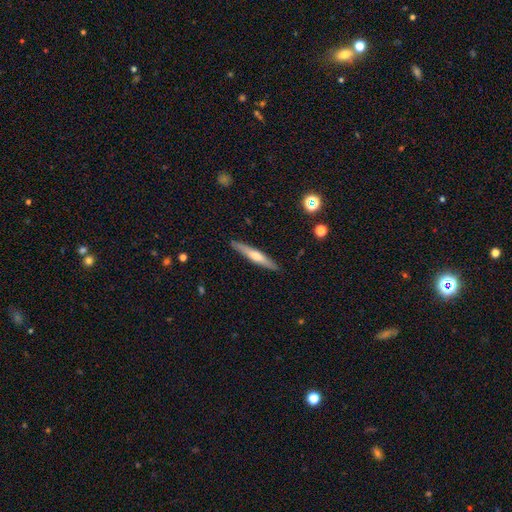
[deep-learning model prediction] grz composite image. It shows a featured or disk galaxy (49%). Merging: none (90%).